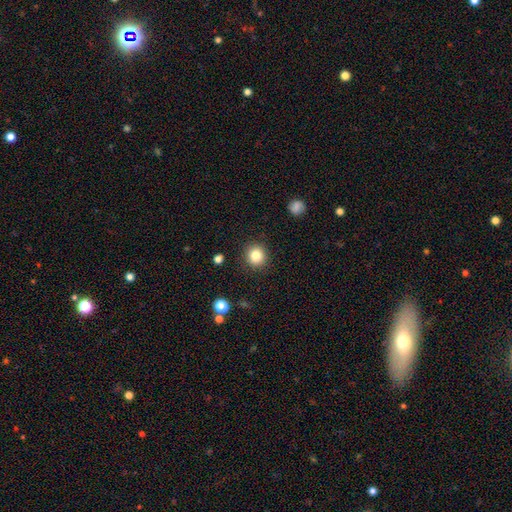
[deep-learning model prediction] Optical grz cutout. It shows a smooth galaxy with no disk features (84%) that is round (90%). Merging: none (90%).